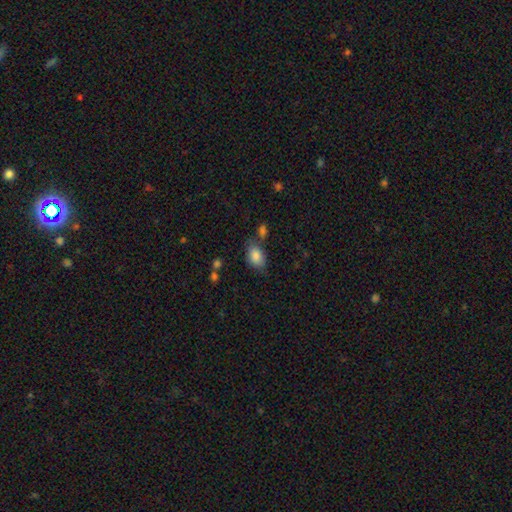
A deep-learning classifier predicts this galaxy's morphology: This appears to be a smooth galaxy with no disk features (85%) that is in between round and cigar-shaped (84%). Merging: none (64%).